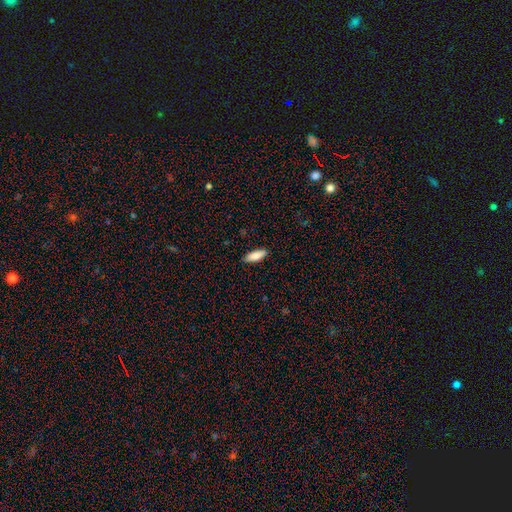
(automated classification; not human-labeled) A smooth galaxy with no disk features (87%) that is in between round and cigar-shaped (67%).

Vote fractions:
- Smooth or featured? smooth: 87% / featured or disk: 7% / star or artifact: 6%
- How rounded? in between: 67% / cigar-shaped: 31% / round: 2%
- Merging? none: 87% / minor disturbance: 10% / major disturbance: 2% / merger: 1%